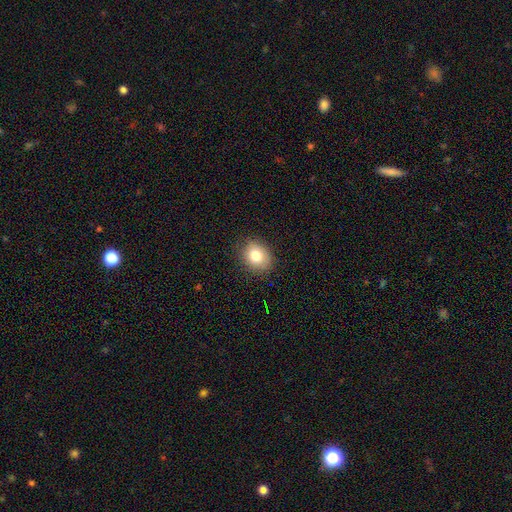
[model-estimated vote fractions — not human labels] A smooth galaxy with no disk features (80%) that is round (56%).

Vote fractions:
- Smooth or featured? smooth: 80% / featured or disk: 10% / star or artifact: 10%
- How rounded? round: 56% / in between: 43% / cigar-shaped: 1%
- Merging? none: 86% / minor disturbance: 11% / major disturbance: 3% / merger: 1%